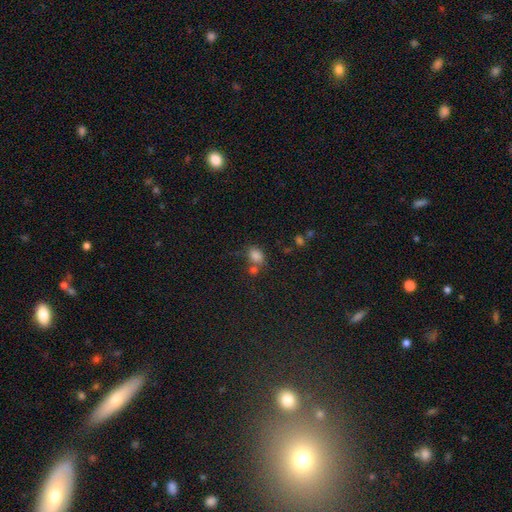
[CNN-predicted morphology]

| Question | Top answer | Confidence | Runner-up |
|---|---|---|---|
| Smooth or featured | smooth | 81% | star or artifact (12%) |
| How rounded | in between | 66% | round (33%) |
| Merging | none | 49% | merger (31%) |